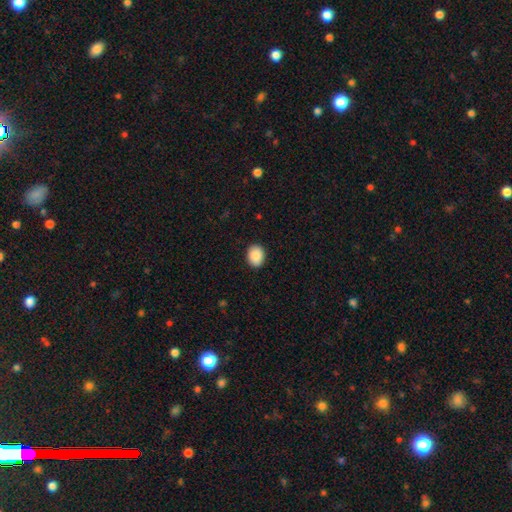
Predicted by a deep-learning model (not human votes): This appears to be a smooth galaxy with no disk features (90%) that is in between round and cigar-shaped (63%). Merging: none (89%).